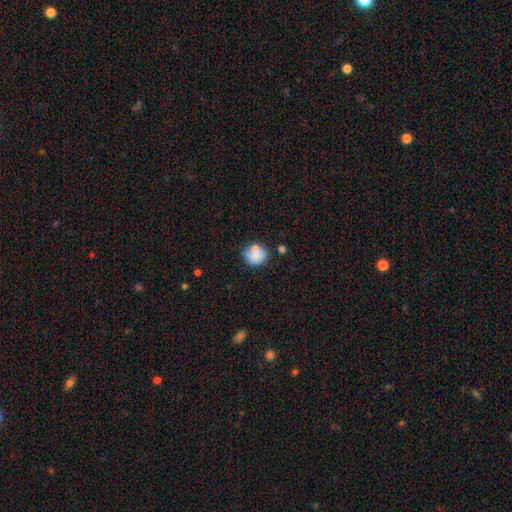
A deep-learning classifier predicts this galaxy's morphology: smooth-or-featured: smooth: 80% | featured or disk: 11% | star or artifact: 9%
  how-rounded: round: 72% | in between: 27% | cigar-shaped: 1%
  merging: none: 63% | minor disturbance: 16% | merger: 16% | major disturbance: 5%